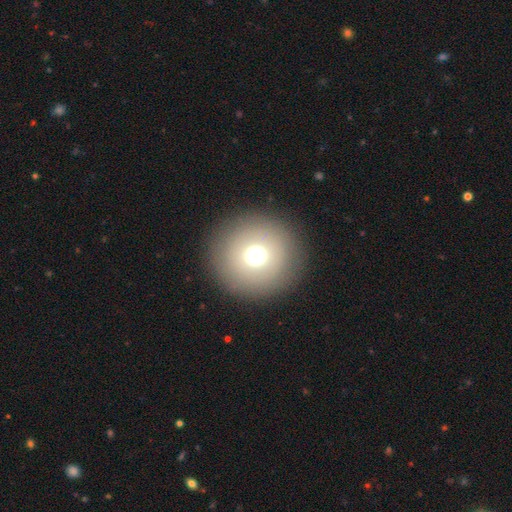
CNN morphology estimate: smooth 72%, featured or disk 14%, star or artifact 14%. Down the decision tree: how rounded — round (96%); merging — none (91%).